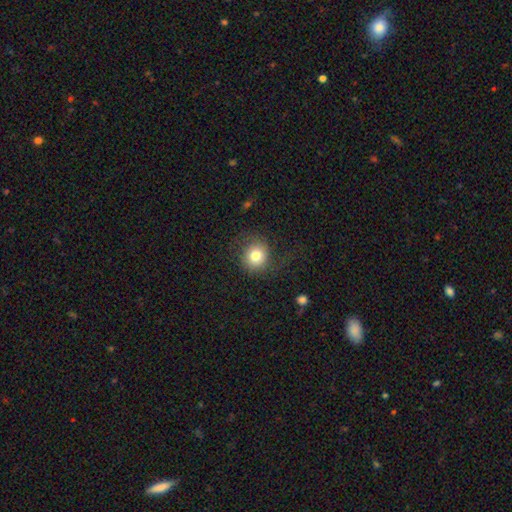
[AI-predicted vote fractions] smooth-or-featured: smooth: 76% | featured or disk: 14% | star or artifact: 10%
  how-rounded: round: 84% | in between: 15% | cigar-shaped: 1%
  merging: none: 71% | minor disturbance: 15% | major disturbance: 13% | merger: 1%